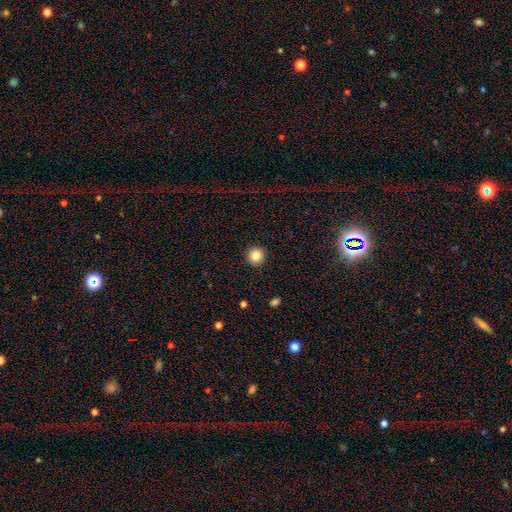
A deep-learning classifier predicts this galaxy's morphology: This appears to be a smooth galaxy with no disk features (84%) that is round (95%). Merging: none (93%).